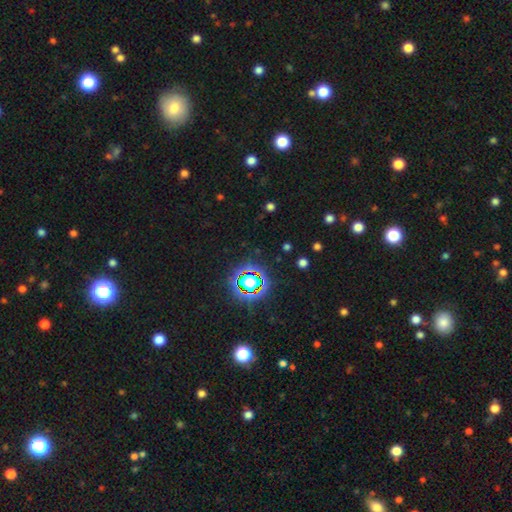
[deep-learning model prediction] This appears to be a star or artifact, not a galaxy (78%).